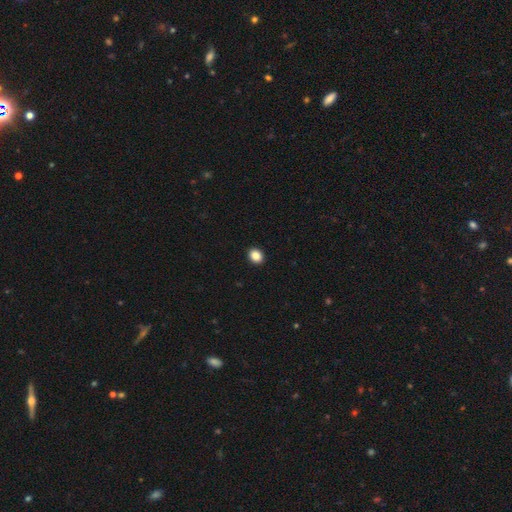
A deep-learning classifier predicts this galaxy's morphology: A smooth galaxy with no disk features (87%) that is round (56%).

Vote fractions:
- Smooth or featured? smooth: 87% / star or artifact: 9% / featured or disk: 3%
- How rounded? round: 56% / in between: 43% / cigar-shaped: 1%
- Merging? none: 92% / minor disturbance: 5% / major disturbance: 2% / merger: 1%